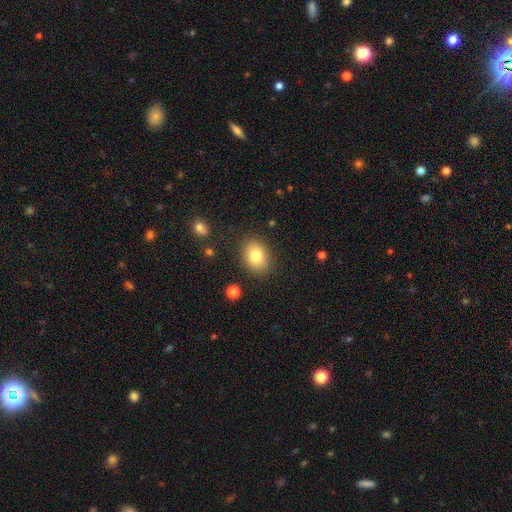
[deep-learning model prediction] A smooth galaxy with no disk features (81%) that is in between round and cigar-shaped (68%). Merging: none (84%).